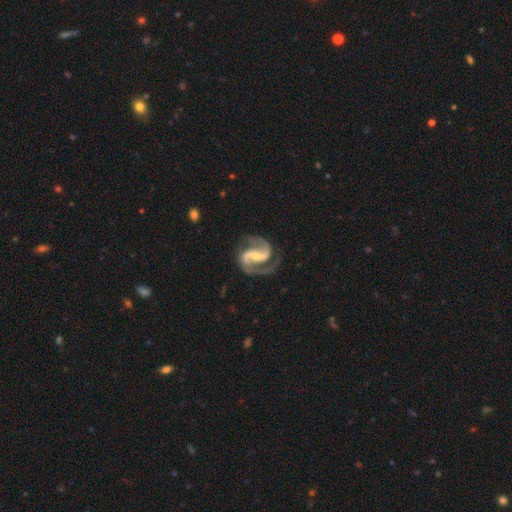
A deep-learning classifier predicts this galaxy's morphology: smooth-or-featured: featured or disk: 93% | star or artifact: 4% | smooth: 3%
  disk-edge-on: no: 98% | yes: 2%
    bar: strong: 45% | weak: 36% | no: 19%
    has-spiral-arms: yes: 98% | no: 2%
      spiral-winding: medium: 64% | tight: 19% | loose: 17%
      spiral-arm-count: 2: 94% | 1: 2% | can't tell: 1% | 3: 1% | 4: 1% | more than 4: 1%
    bulge-size: small: 54% | moderate: 36% | none: 6% | large: 3% | dominant: 1%
  merging: none: 76% | minor disturbance: 14% | major disturbance: 7% | merger: 2%